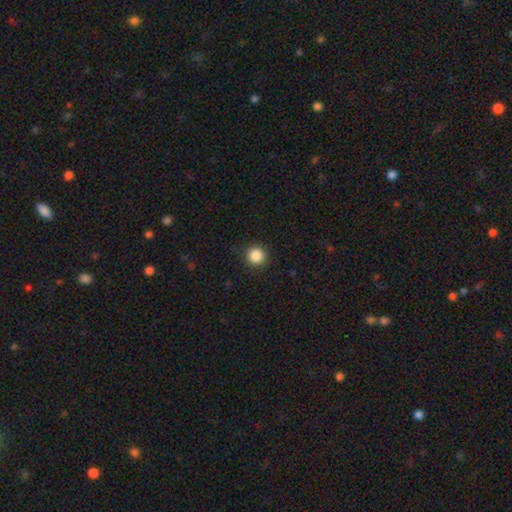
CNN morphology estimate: The model was most divided on "smooth or featured": smooth: 87%, star or artifact: 10%, featured or disk: 3%. More confident: how rounded — round (95%); merging — none (92%).